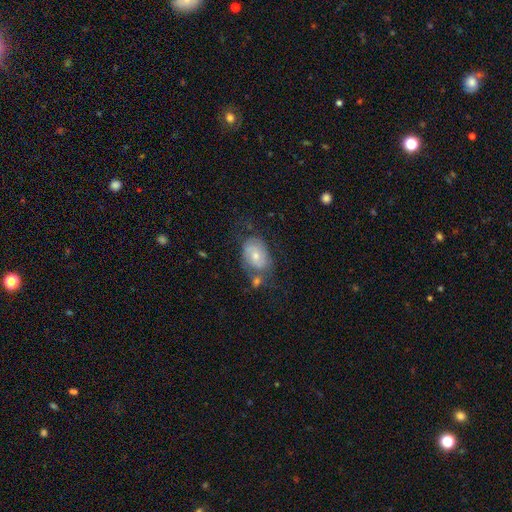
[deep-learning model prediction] Morphology: type=featured or disk (50%); merging=none (49%).